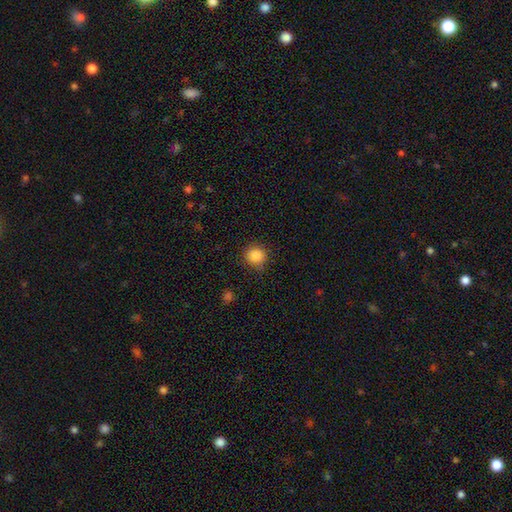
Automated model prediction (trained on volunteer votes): A smooth galaxy with no disk features (87%) that is round (91%).

Vote fractions:
- Smooth or featured? smooth: 87% / star or artifact: 10% / featured or disk: 3%
- How rounded? round: 91% / in between: 8% / cigar-shaped: 1%
- Merging? none: 86% / minor disturbance: 10% / major disturbance: 3% / merger: 1%